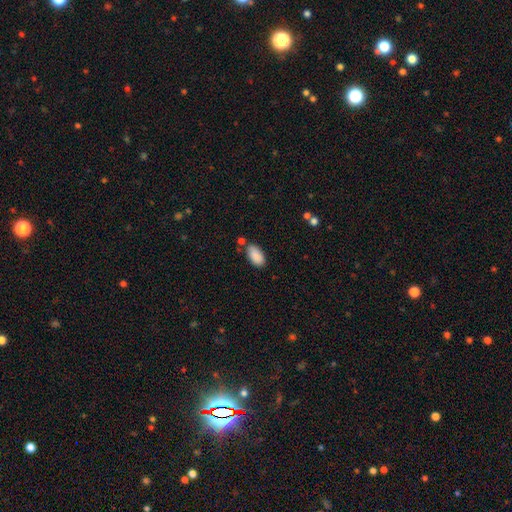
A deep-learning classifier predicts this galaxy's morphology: smooth-or-featured: smooth: 89% | star or artifact: 7% | featured or disk: 4%
  how-rounded: in between: 95% | cigar-shaped: 3% | round: 2%
  merging: none: 73% | minor disturbance: 15% | merger: 9% | major disturbance: 4%